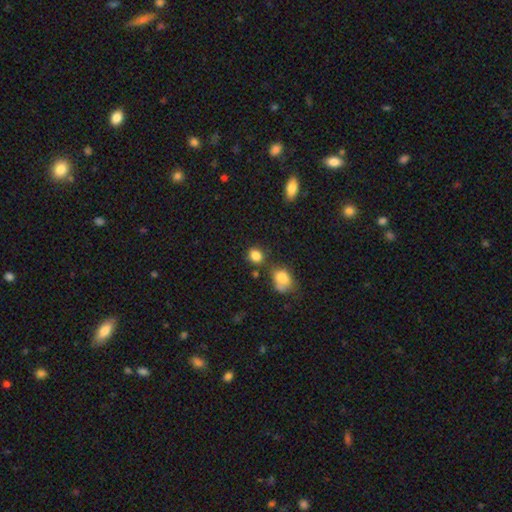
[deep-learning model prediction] smooth-or-featured: smooth: 84% | star or artifact: 11% | featured or disk: 5%
  how-rounded: round: 61% | in between: 38% | cigar-shaped: 1%
  merging: none: 65% | merger: 16% | minor disturbance: 14% | major disturbance: 5%